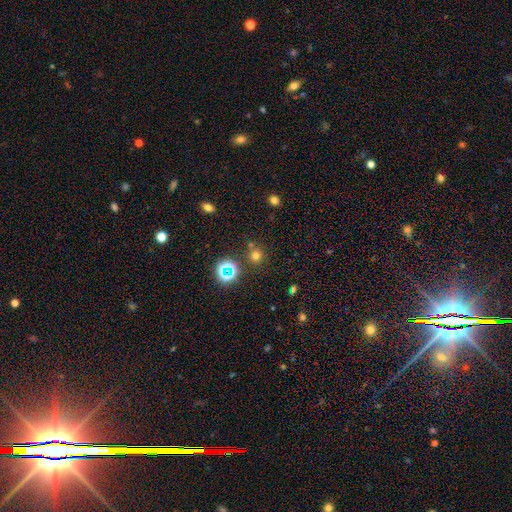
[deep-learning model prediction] Smooth or featured?
  - smooth: 65% *
  - star or artifact: 27%
  - featured or disk: 7%
How rounded?
  - round: 91% *
  - in between: 8%
  - cigar-shaped: 1%
Merging?
  - none: 78% *
  - merger: 10%
  - minor disturbance: 8%
  - major disturbance: 4%